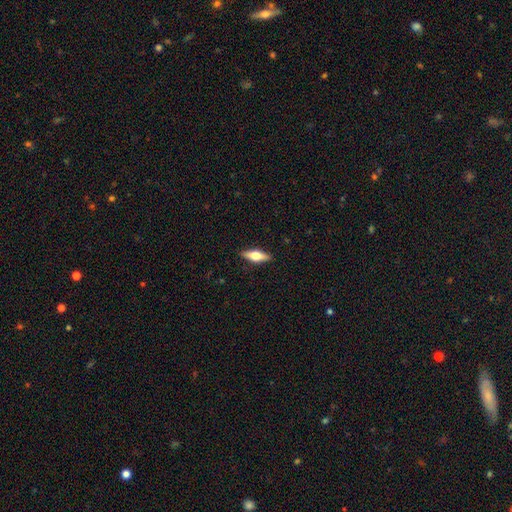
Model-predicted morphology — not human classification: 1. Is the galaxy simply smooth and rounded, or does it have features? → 48% featured or disk, 46% smooth, 6% star or artifact.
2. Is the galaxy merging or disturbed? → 89% none, 8% minor disturbance, 2% major disturbance, 1% merger.